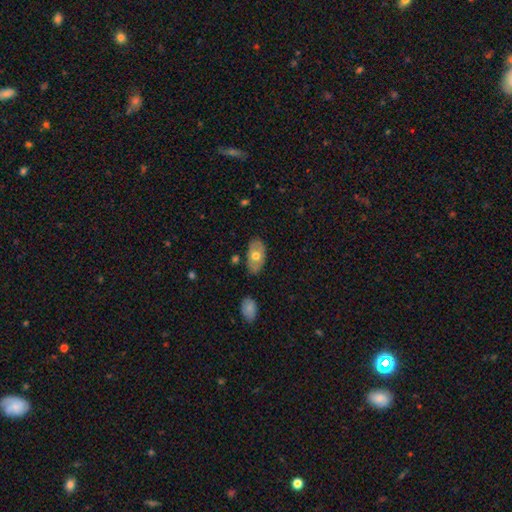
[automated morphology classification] Smooth or featured? smooth (59%)
How rounded? in between (92%)
Merging? none (77%)